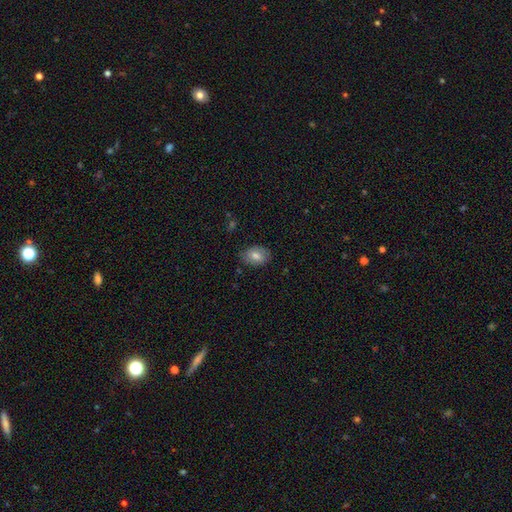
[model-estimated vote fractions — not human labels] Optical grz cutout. It shows a smooth galaxy with no disk features (76%) that is in between round and cigar-shaped (81%). Merging: none (80%).